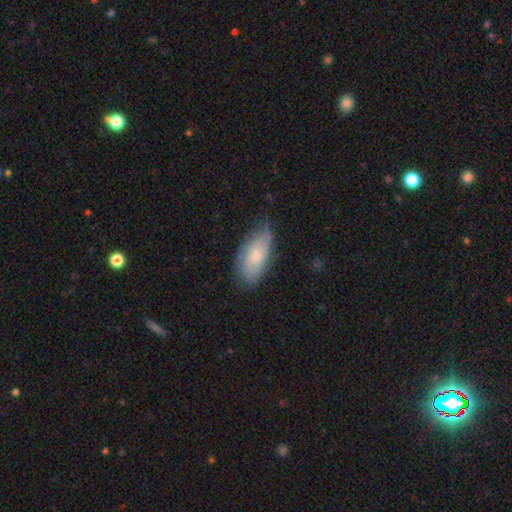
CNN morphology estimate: Q: Smooth or featured?
A: smooth (63%); runner-up: featured or disk (31%)
Q: How rounded?
A: in between (89%); runner-up: cigar-shaped (8%)
Q: Merging?
A: none (58%); runner-up: minor disturbance (33%)